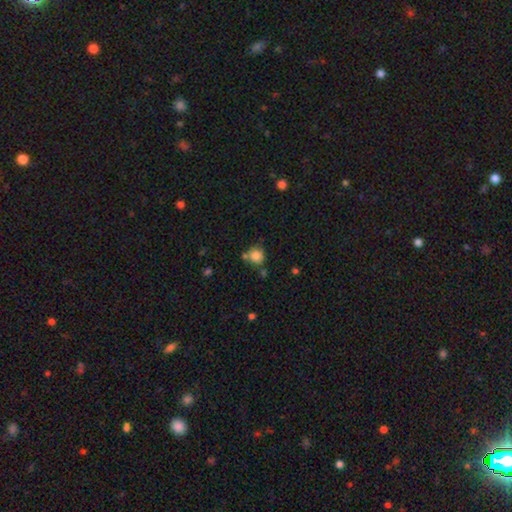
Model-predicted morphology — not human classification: A smooth galaxy with no disk features (83%) that is round (86%). Merging: none (62%).